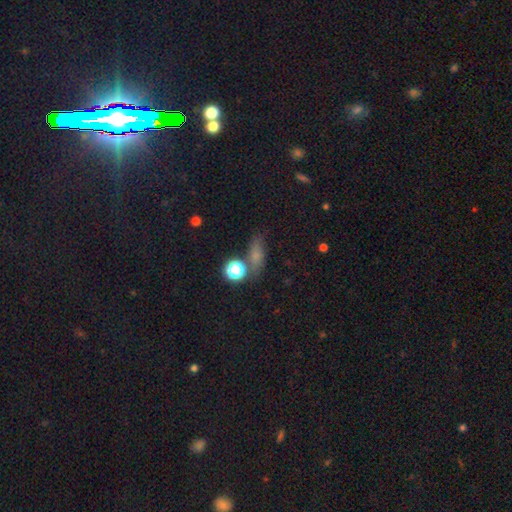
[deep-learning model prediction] Smooth or featured?
  - smooth: 67% *
  - star or artifact: 20%
  - featured or disk: 13%
How rounded?
  - in between: 48% *
  - cigar-shaped: 30%
  - round: 22%
Merging?
  - none: 67% *
  - minor disturbance: 15%
  - merger: 11%
  - major disturbance: 7%